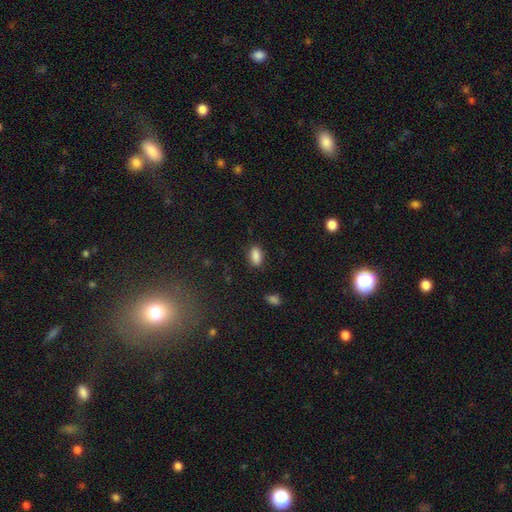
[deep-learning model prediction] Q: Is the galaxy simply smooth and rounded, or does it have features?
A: smooth — 87%.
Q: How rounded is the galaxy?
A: in between — 90%.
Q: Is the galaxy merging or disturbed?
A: none — 85%.